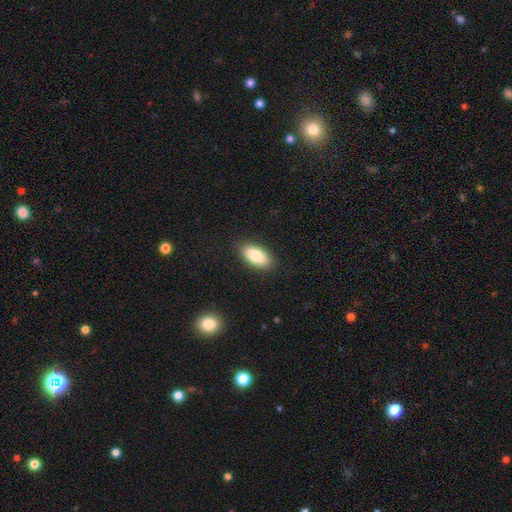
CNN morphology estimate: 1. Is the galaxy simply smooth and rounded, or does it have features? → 86% smooth, 8% featured or disk, 6% star or artifact.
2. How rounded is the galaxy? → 90% in between, 8% cigar-shaped, 2% round.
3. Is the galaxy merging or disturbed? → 88% none, 9% minor disturbance, 2% major disturbance, 1% merger.